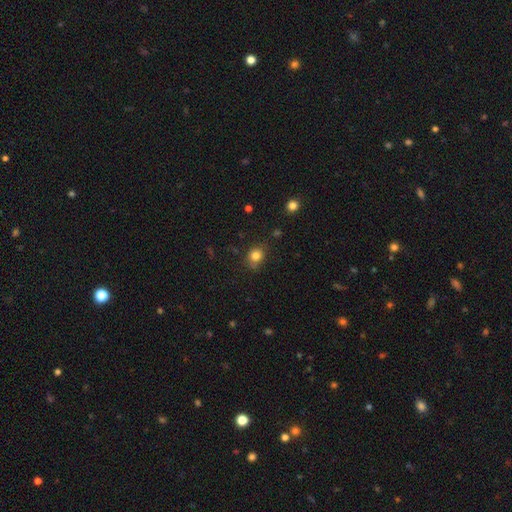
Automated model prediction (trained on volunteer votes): Morphology: type=smooth (82%); roundness=round (70%); merging=none (73%).